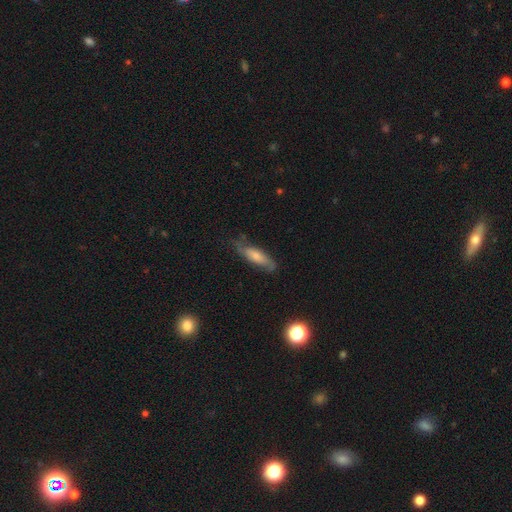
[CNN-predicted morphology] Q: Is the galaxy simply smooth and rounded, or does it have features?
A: featured or disk — 47%.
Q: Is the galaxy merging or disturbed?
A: none — 70%.